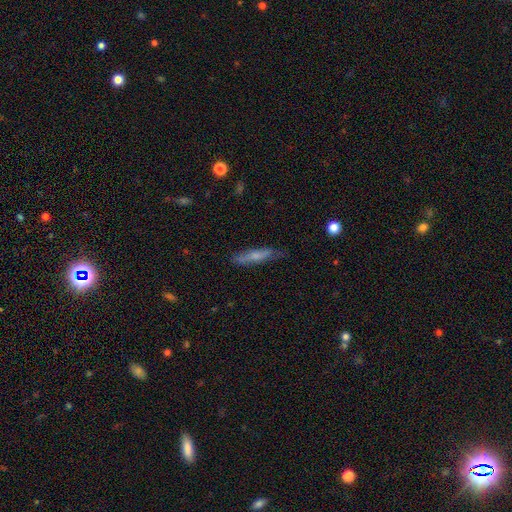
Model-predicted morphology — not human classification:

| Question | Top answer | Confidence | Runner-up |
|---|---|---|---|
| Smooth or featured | smooth | 55% | featured or disk (38%) |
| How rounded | cigar-shaped | 86% | in between (12%) |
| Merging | none | 75% | minor disturbance (19%) |